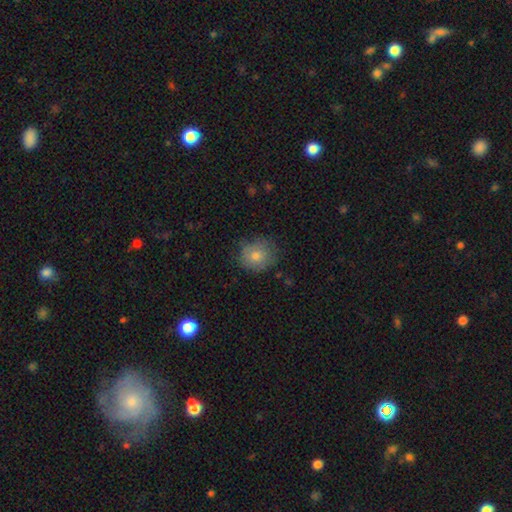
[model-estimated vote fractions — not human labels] A smooth galaxy with no disk features (77%) that is round (84%).

Vote fractions:
- Smooth or featured? smooth: 77% / featured or disk: 12% / star or artifact: 11%
- How rounded? round: 84% / in between: 15% / cigar-shaped: 1%
- Merging? none: 76% / minor disturbance: 18% / major disturbance: 4% / merger: 1%